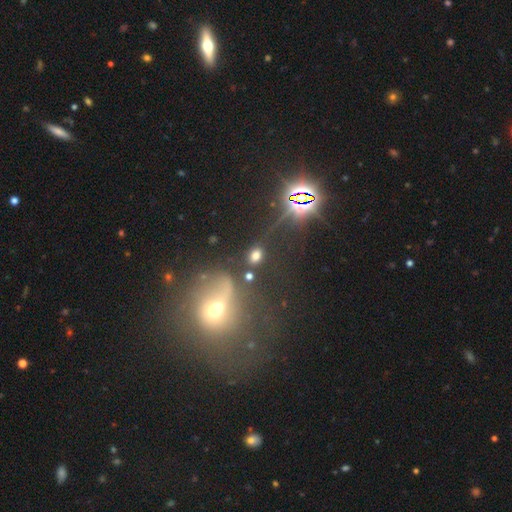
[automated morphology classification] A smooth galaxy with no disk features (68%) that is in between round and cigar-shaped (69%). Merging: none (74%).